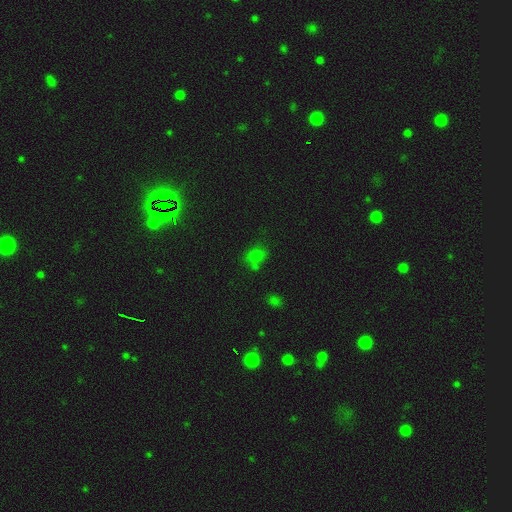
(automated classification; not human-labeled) Overall: smooth (68%). How rounded: round (59%; in between 40%). Merging: none (57%; merger 20%).